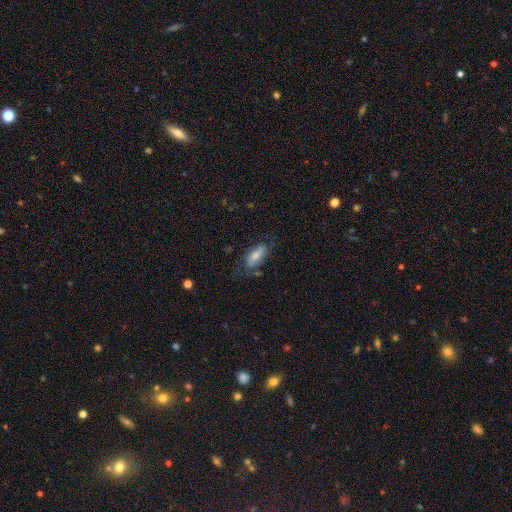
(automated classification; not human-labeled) The model was most divided on "merging": none: 62%, minor disturbance: 25%, major disturbance: 10%, merger: 3%. More confident: how rounded — in between (77%); smooth or featured — smooth (66%).